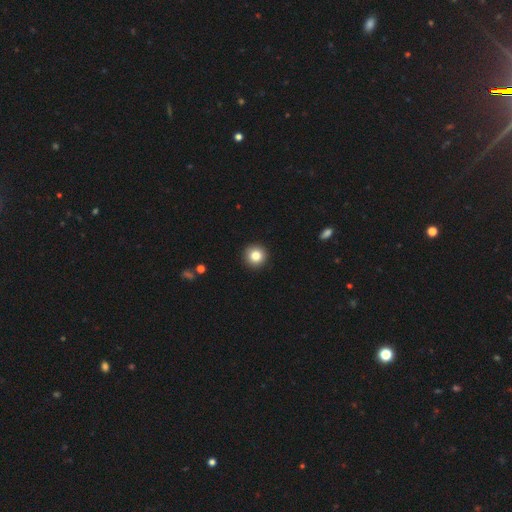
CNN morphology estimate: A smooth galaxy with no disk features (84%) that is round (96%). Merging: none (93%).